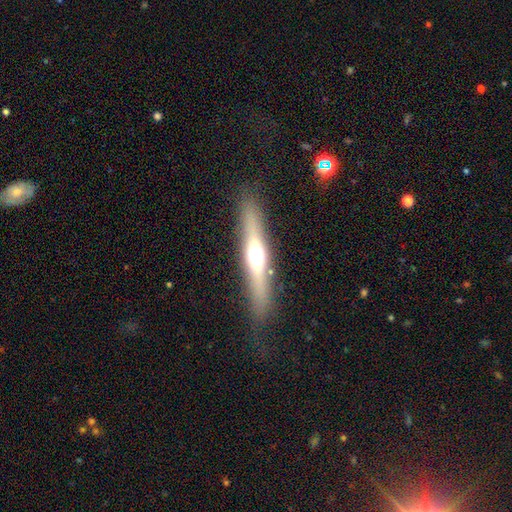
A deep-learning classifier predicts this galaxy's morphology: Smooth or featured? featured or disk (60%)
Edge-on disk? yes (92%)
Edge-on bulge? rounded (92%)
Merging? none (87%)